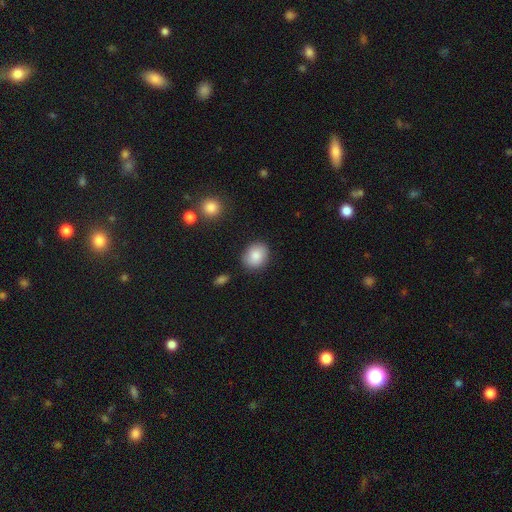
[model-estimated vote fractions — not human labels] smooth 86%, star or artifact 7%, featured or disk 6%. Down the decision tree: how rounded — round (56%); merging — none (84%).